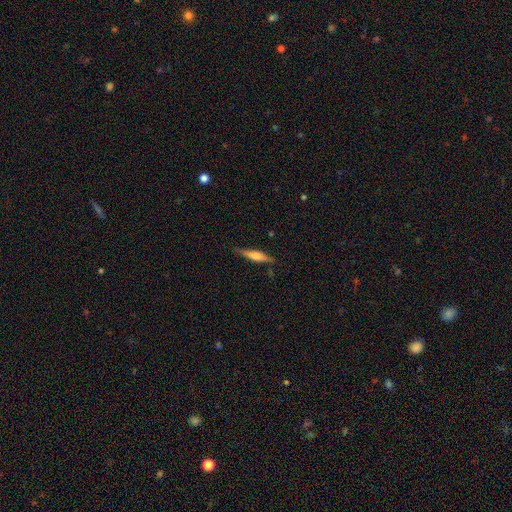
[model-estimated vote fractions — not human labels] Smooth or featured: featured or disk — 51% (smooth — 43%)
Edge-on disk: yes — 95% (no — 5%)
Merging: none — 81% (minor disturbance — 14%)